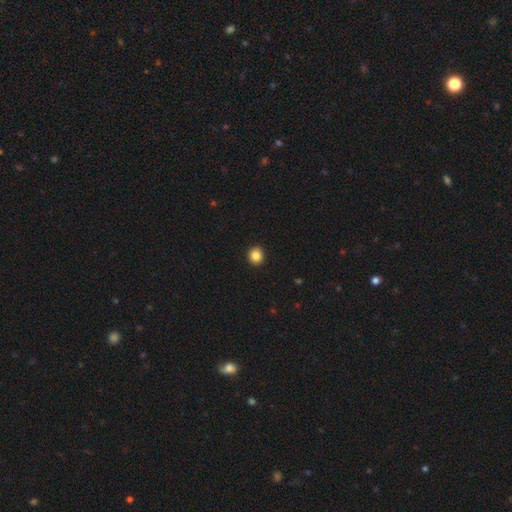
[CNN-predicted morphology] Overall: smooth (86%). How rounded: round (86%). Merging: none (93%).